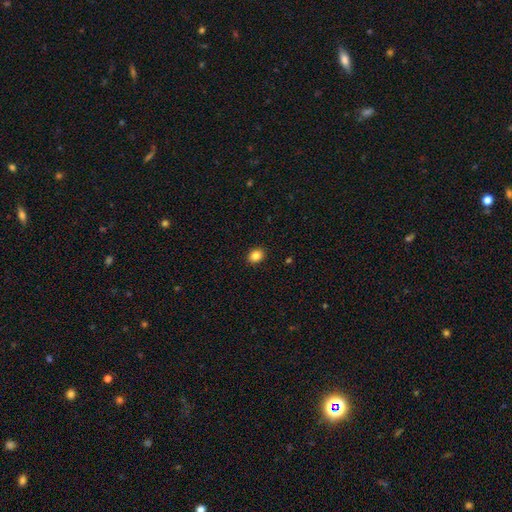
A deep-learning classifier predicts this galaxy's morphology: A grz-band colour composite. It shows a smooth galaxy with no disk features (85%) that is round (51%). Merging: none (91%).